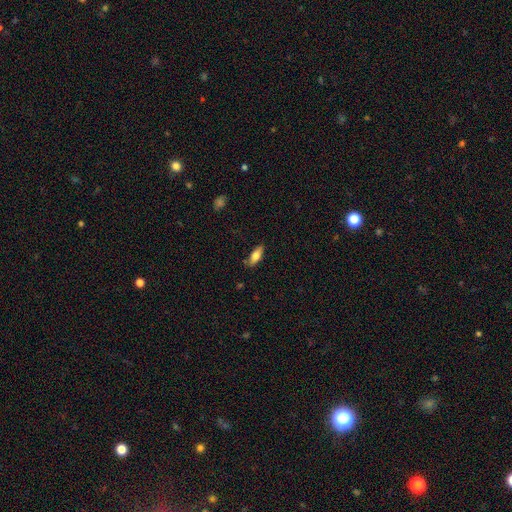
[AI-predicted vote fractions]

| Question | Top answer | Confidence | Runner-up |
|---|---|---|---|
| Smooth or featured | smooth | 74% | featured or disk (19%) |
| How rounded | in between | 72% | cigar-shaped (25%) |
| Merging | none | 82% | minor disturbance (13%) |